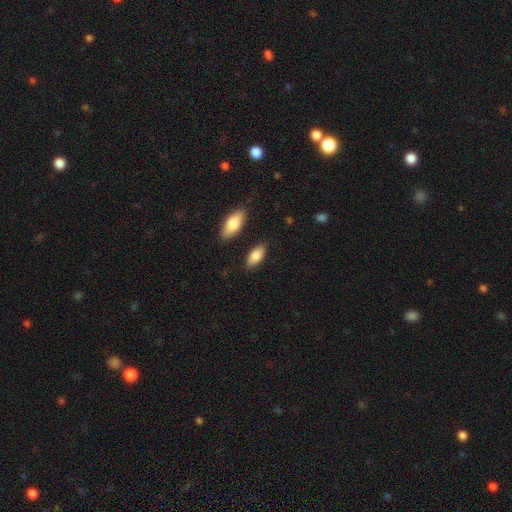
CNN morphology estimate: This is clearly a smooth galaxy (82%). How rounded: clearly in between (86%). Merging: clearly none (82%).